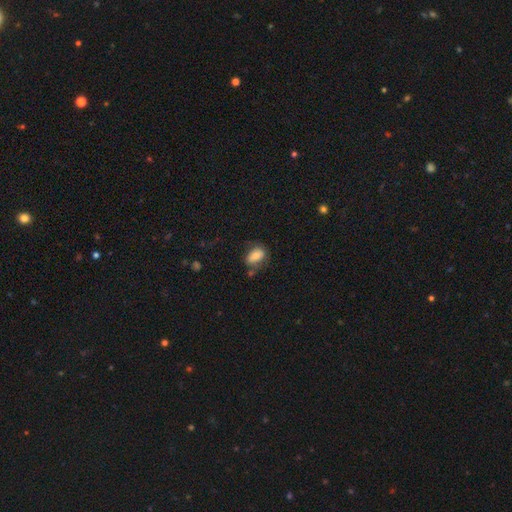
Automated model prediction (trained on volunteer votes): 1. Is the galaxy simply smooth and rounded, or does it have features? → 73% smooth, 19% featured or disk, 8% star or artifact.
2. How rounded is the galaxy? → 84% in between, 14% round, 2% cigar-shaped.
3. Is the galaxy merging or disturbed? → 61% none, 22% minor disturbance, 10% major disturbance, 8% merger.